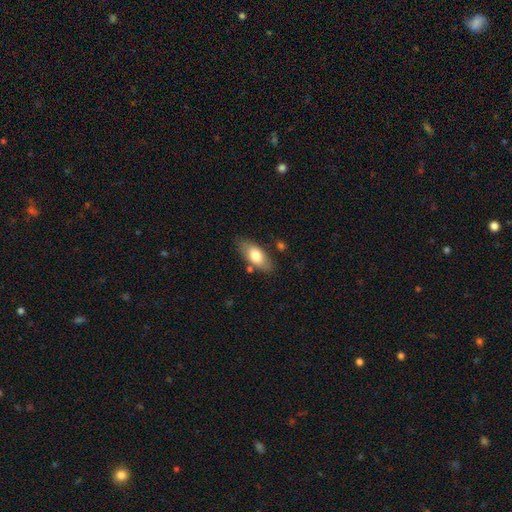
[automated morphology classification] type=smooth (74%); roundness=in between (88%); merging=none (78%).